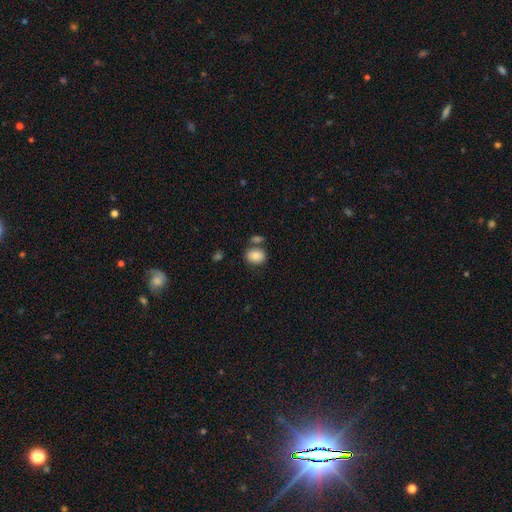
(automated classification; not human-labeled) smooth 83%, featured or disk 9%, star or artifact 8%. Down the decision tree: how rounded — round (51%); merging — none (66%).